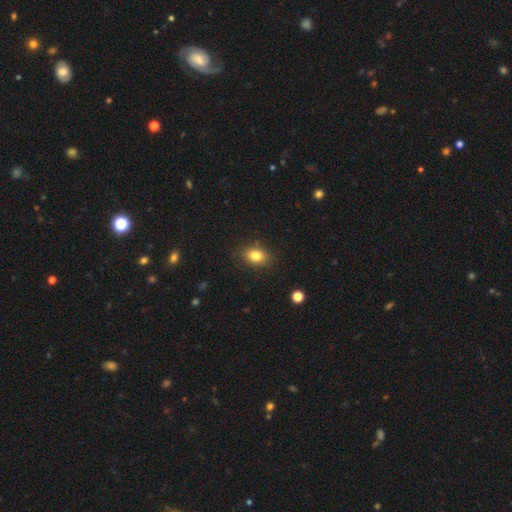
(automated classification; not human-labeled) Overall: smooth (82%). How rounded: in between (71%). Merging: none (85%).